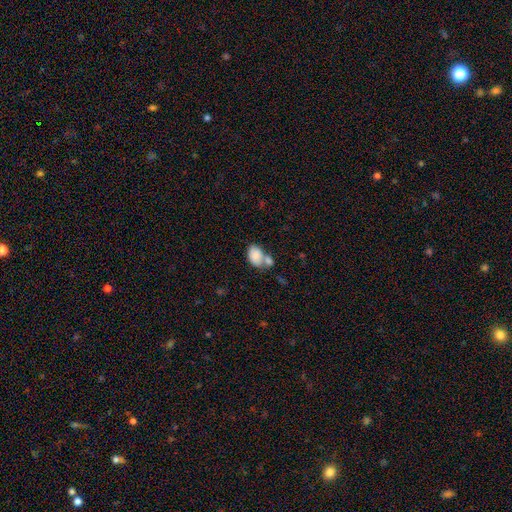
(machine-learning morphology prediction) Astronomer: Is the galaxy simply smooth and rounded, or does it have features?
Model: smooth — 82%.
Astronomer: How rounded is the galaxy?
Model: in between — 85%.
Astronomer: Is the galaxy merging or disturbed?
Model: merger — 50% (runner-up: none, 31%).